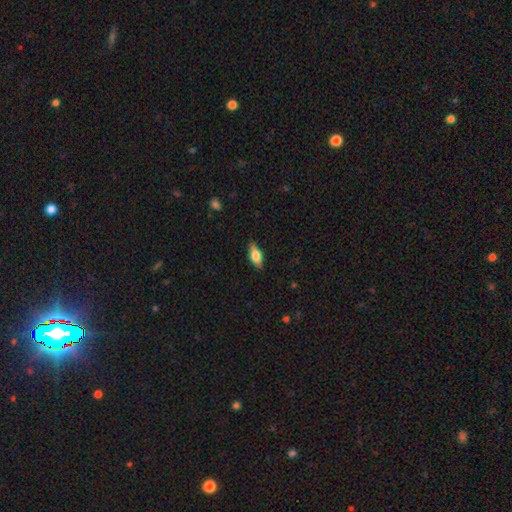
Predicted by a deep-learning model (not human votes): The model was most divided on "smooth or featured": smooth: 66%, featured or disk: 27%, star or artifact: 7%. More confident: merging — none (83%); how rounded — in between (80%).